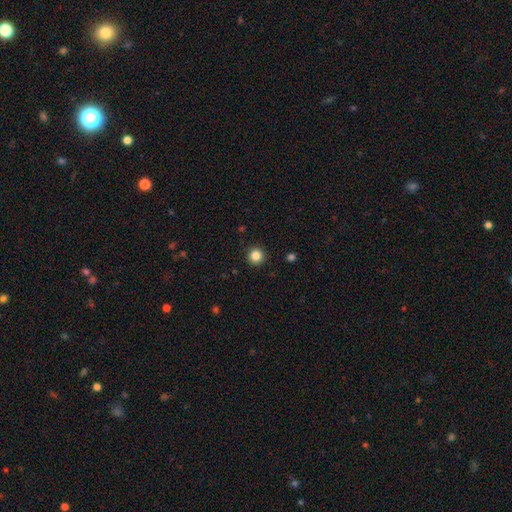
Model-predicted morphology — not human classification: smooth-or-featured: smooth: 84% | star or artifact: 11% | featured or disk: 4%
  how-rounded: round: 95% | in between: 4% | cigar-shaped: 1%
  merging: none: 92% | minor disturbance: 5% | major disturbance: 2% | merger: 1%